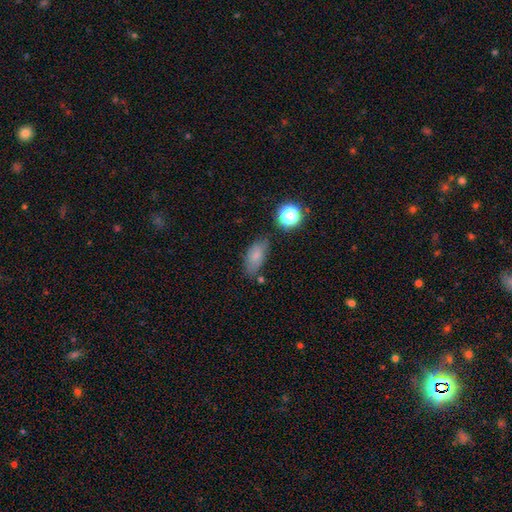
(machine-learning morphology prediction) Q: Smooth or featured?
A: smooth (76%); runner-up: star or artifact (12%)
Q: How rounded?
A: in between (87%); runner-up: cigar-shaped (7%)
Q: Merging?
A: none (69%); runner-up: minor disturbance (20%)